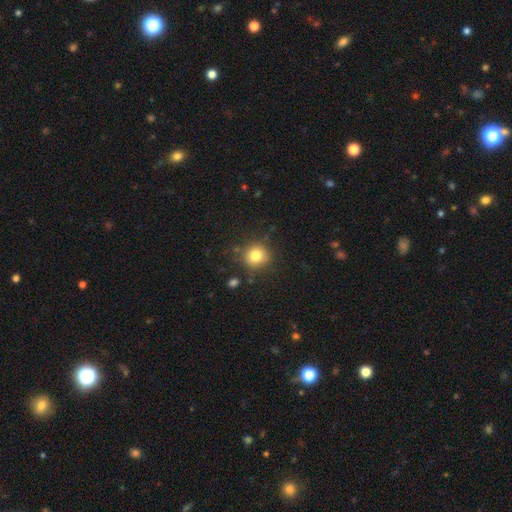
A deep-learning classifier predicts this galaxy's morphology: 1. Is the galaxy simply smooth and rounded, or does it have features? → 81% smooth, 12% star or artifact, 8% featured or disk.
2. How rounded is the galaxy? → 89% round, 10% in between, 1% cigar-shaped.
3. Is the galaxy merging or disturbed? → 84% none, 10% minor disturbance, 3% major disturbance, 2% merger.